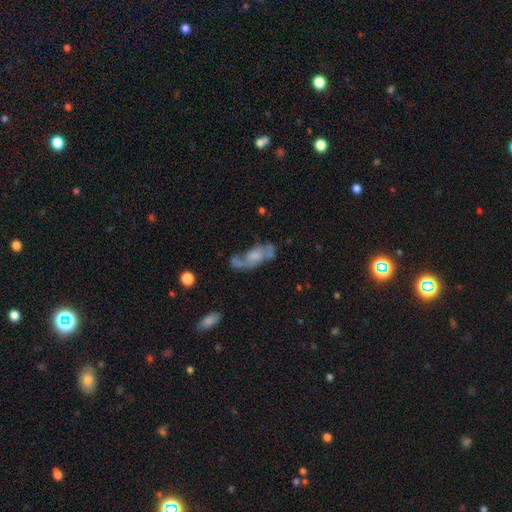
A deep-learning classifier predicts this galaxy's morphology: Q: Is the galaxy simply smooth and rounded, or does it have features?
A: featured or disk — 63%.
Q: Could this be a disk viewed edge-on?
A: no — 88%.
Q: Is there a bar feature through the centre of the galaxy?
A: no — 70%.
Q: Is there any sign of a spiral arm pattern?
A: yes — 70%.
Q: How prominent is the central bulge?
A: moderate — 28%.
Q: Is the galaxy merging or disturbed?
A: none — 40%.